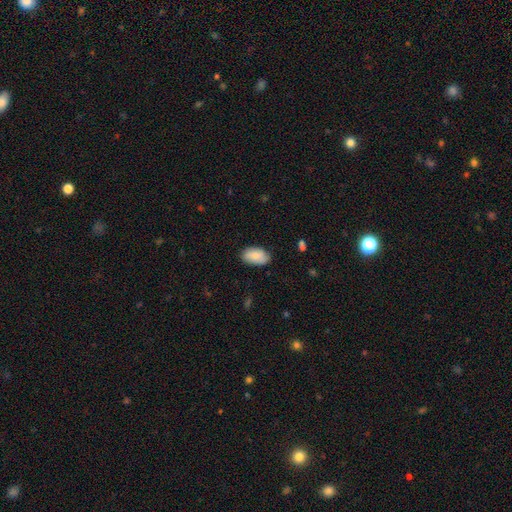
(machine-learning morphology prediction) Q: Smooth or featured?
A: smooth (81%); runner-up: featured or disk (13%)
Q: How rounded?
A: in between (94%); runner-up: round (5%)
Q: Merging?
A: none (81%); runner-up: minor disturbance (15%)